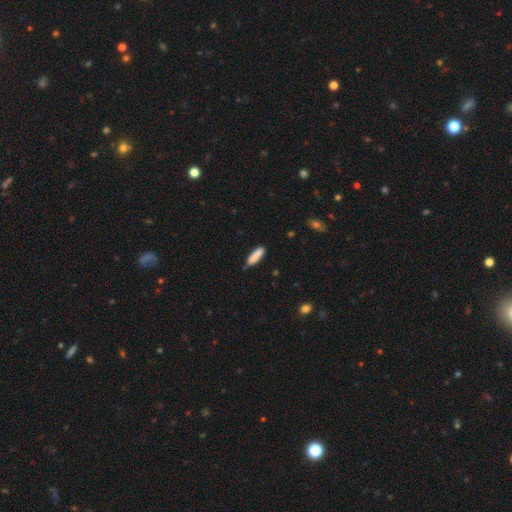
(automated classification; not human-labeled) Q: Smooth or featured?
A: smooth (87%); runner-up: featured or disk (7%)
Q: How rounded?
A: cigar-shaped (70%); runner-up: in between (29%)
Q: Merging?
A: none (79%); runner-up: minor disturbance (16%)